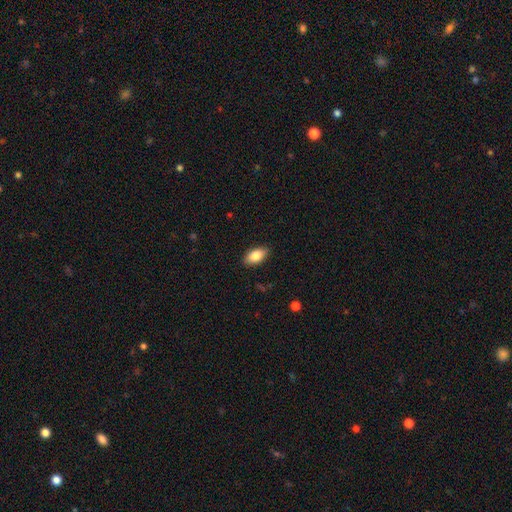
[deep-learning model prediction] Morphology: type=smooth (85%); roundness=in between (92%); merging=none (87%).